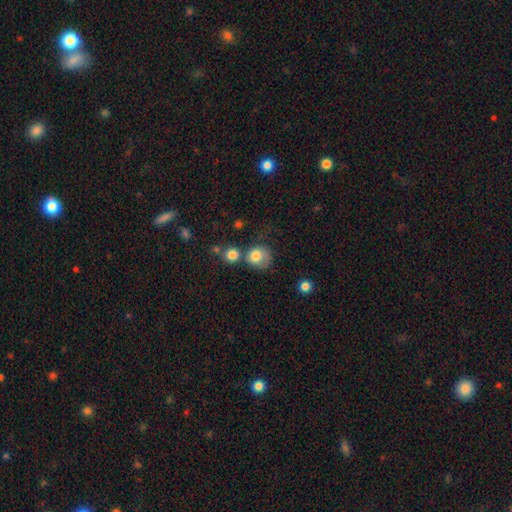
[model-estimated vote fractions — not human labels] This appears to be a smooth galaxy with no disk features (80%) that is round (78%). Merging: none (43%).